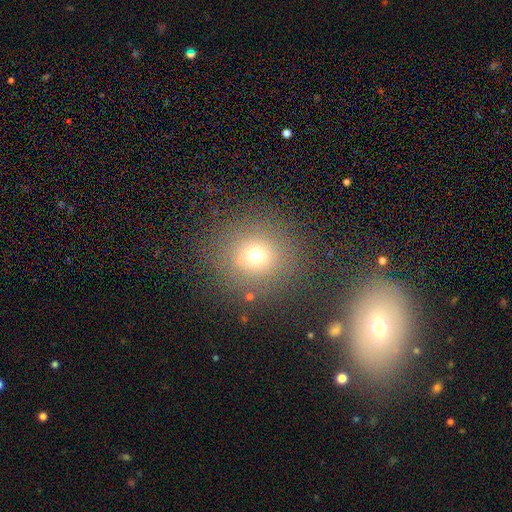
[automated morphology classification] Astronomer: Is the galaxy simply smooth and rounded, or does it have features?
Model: smooth — 69%.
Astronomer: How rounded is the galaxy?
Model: round — 92%.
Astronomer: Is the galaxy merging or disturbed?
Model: none — 80%.